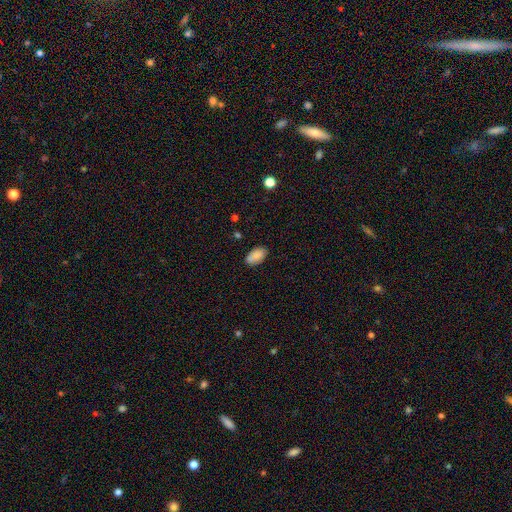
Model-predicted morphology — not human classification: This is clearly a smooth galaxy (87%). How rounded: clearly in between (94%). Merging: clearly none (85%).